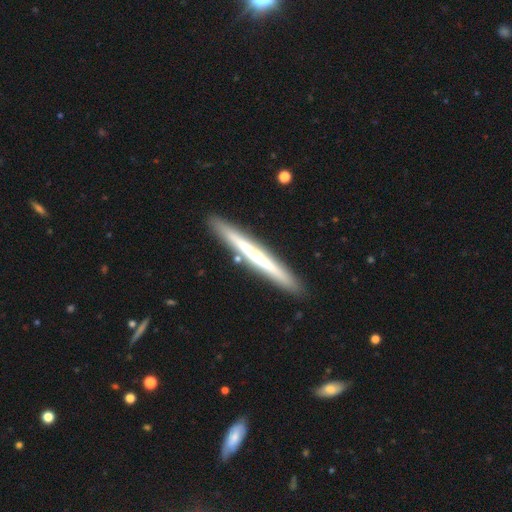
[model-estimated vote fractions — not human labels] Q: Smooth or featured?
A: featured or disk (53%); runner-up: smooth (41%)
Q: Edge-on disk?
A: yes (96%); runner-up: no (4%)
Q: Edge-on bulge?
A: none (81%); runner-up: rounded (12%)
Q: Merging?
A: none (89%); runner-up: minor disturbance (7%)